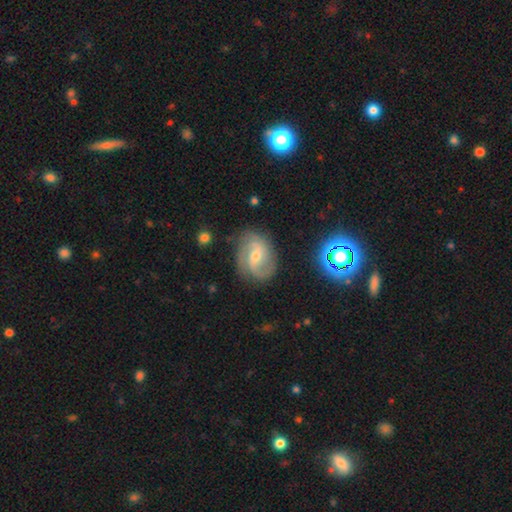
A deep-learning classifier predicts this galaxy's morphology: smooth_or_featured: featured or disk (p=0.82) [alt: smooth p=0.11]
disk_edge_on: no (p=0.97) [alt: yes p=0.03]
bar: weak (p=0.49) [alt: no p=0.34]
has_spiral_arms: yes (p=0.96) [alt: no p=0.04]
spiral_winding: medium (p=0.48) [alt: loose p=0.28]
spiral_arm_count: 2 (p=0.68) [alt: 3 p=0.14]
bulge_size: small (p=0.51) [alt: moderate p=0.45]
merging: none (p=0.77) [alt: minor disturbance p=0.16]